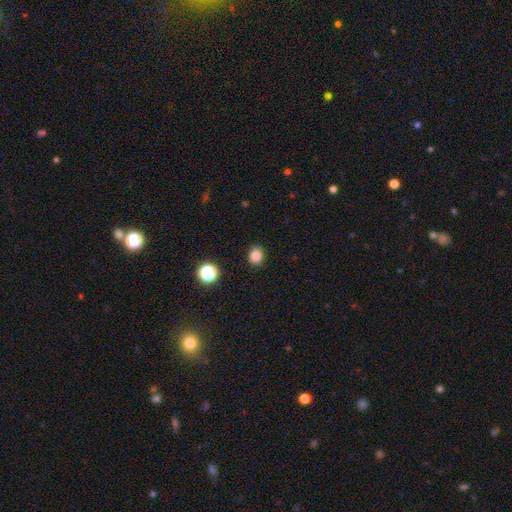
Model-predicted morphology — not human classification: smooth-or-featured: smooth: 84% | star or artifact: 12% | featured or disk: 4%
  how-rounded: round: 58% | in between: 41% | cigar-shaped: 1%
  merging: none: 89% | minor disturbance: 8% | major disturbance: 2% | merger: 1%